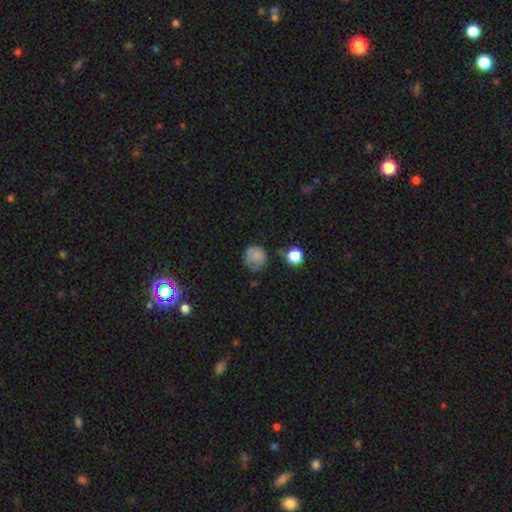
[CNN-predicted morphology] This appears to be a smooth galaxy with no disk features (76%) that is round (82%). Merging: none (51%).